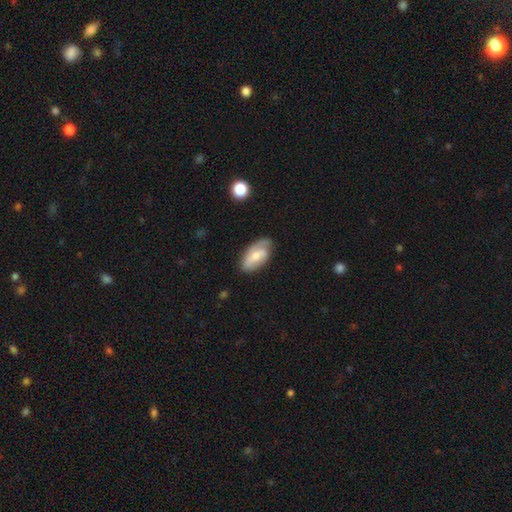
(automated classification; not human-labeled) A featured or disk galaxy (47%, tied with smooth). Merging: none (63%).